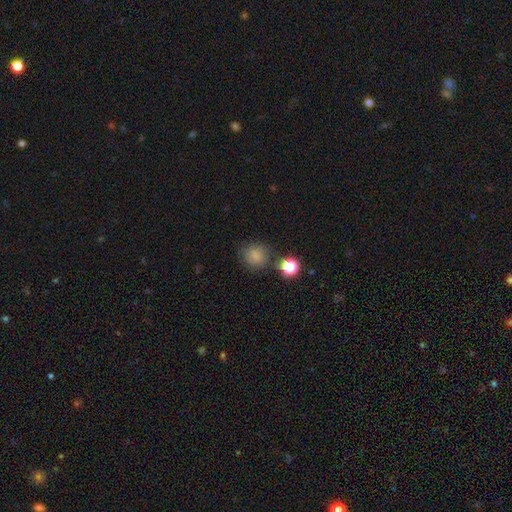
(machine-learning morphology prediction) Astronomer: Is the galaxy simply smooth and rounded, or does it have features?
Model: smooth — 79%.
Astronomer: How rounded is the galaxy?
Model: round — 86%.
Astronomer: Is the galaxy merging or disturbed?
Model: none — 74%.